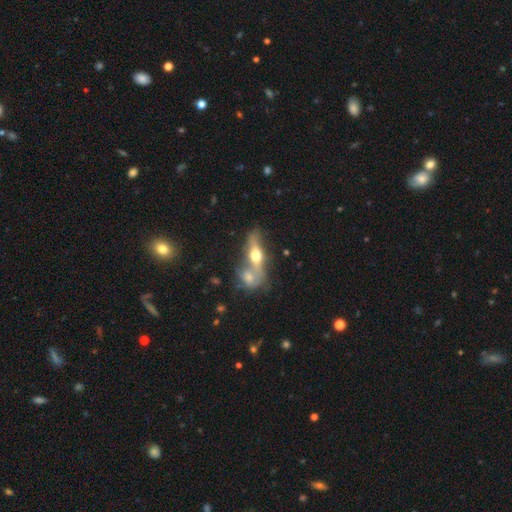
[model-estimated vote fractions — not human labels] smooth-or-featured: featured or disk: 52% | smooth: 40% | star or artifact: 8%
  disk-edge-on: yes: 72% | no: 28%
  merging: merger: 47% | none: 37% | minor disturbance: 10% | major disturbance: 6%